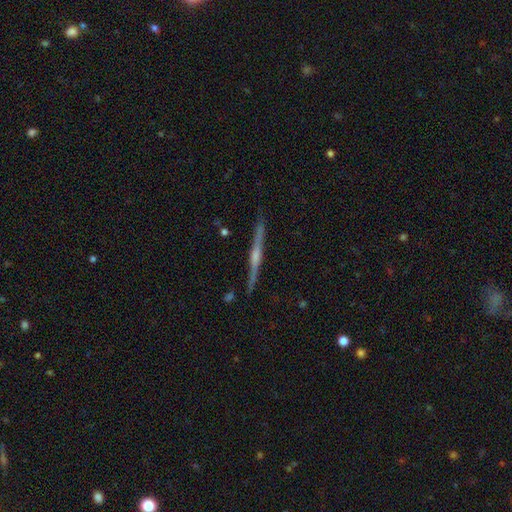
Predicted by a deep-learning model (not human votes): Overall: featured or disk (83%). Edge-on disk: yes (98%). Edge-on bulge: rounded (78%). Merging: none (90%).